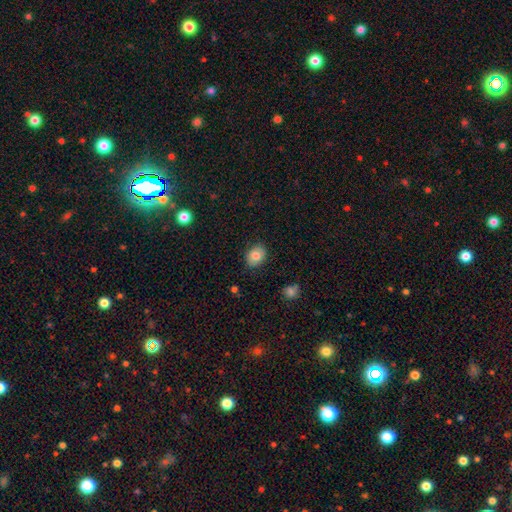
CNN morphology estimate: A smooth galaxy with no disk features (79%) that is in between round and cigar-shaped (56%).

Vote fractions:
- Smooth or featured? smooth: 79% / featured or disk: 13% / star or artifact: 8%
- How rounded? in between: 56% / round: 43% / cigar-shaped: 1%
- Merging? none: 86% / minor disturbance: 11% / major disturbance: 2% / merger: 1%